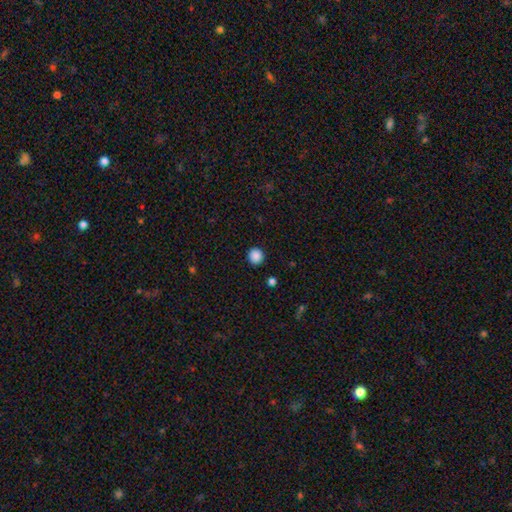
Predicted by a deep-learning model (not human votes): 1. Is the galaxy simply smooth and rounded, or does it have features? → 88% smooth, 10% star or artifact, 2% featured or disk.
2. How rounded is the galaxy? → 92% round, 7% in between, 1% cigar-shaped.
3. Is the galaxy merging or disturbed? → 92% none, 5% minor disturbance, 2% major disturbance, 1% merger.